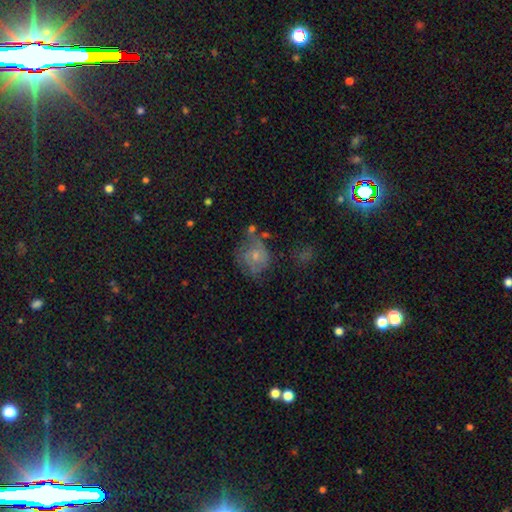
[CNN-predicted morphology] Smooth or featured? smooth (47%)
Merging? none (42%)